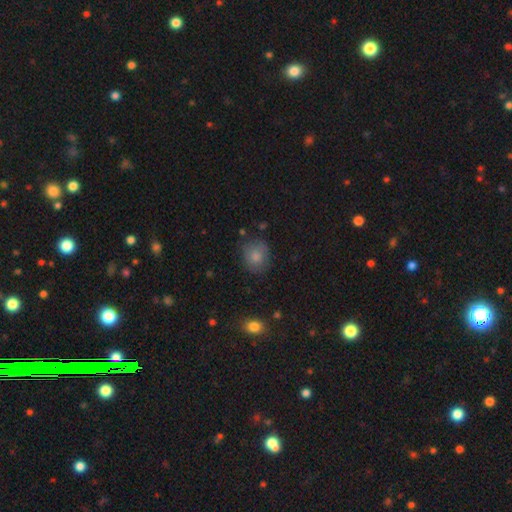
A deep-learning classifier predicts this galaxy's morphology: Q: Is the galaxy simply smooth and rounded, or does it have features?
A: smooth — 82%.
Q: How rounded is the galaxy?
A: round — 74%.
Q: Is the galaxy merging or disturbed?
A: none — 72%.